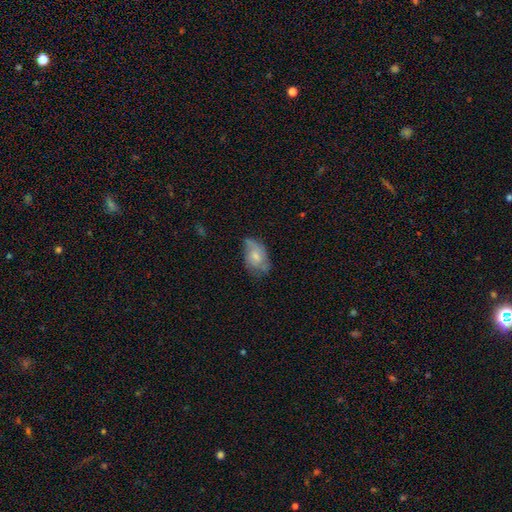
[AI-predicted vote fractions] Q: Smooth or featured?
A: smooth (57%); runner-up: featured or disk (35%)
Q: How rounded?
A: in between (89%); runner-up: round (9%)
Q: Merging?
A: none (46%); runner-up: minor disturbance (37%)